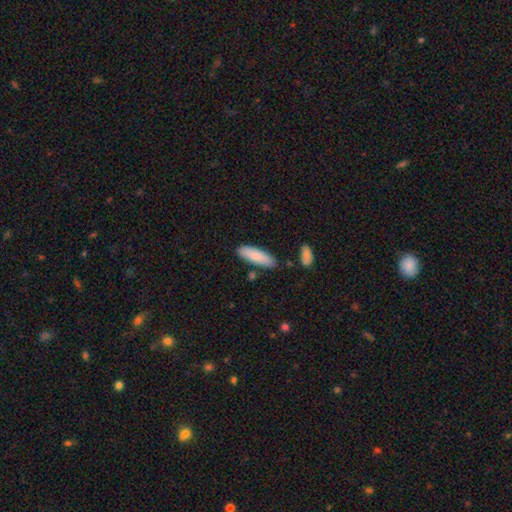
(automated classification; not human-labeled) This is clearly a smooth galaxy (84%). How rounded: possibly in between (52%). Merging: clearly none (81%).